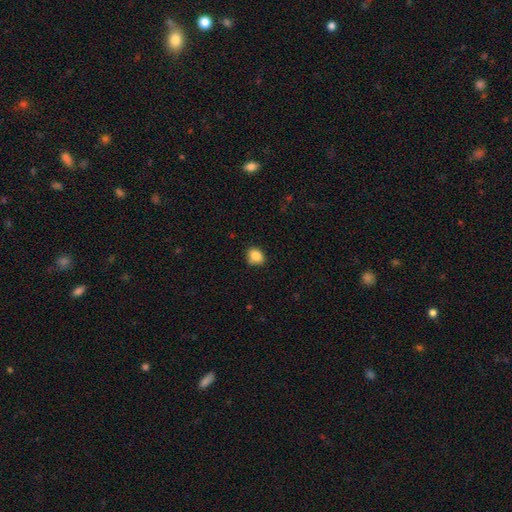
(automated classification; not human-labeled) Overall: smooth (85%). How rounded: in between (51%; round 48%). Merging: none (78%).